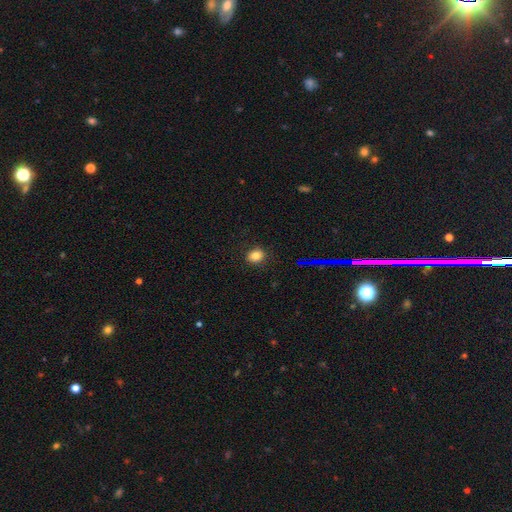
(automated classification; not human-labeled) Morphology: type=smooth (81%); roundness=round (63%); merging=none (88%).